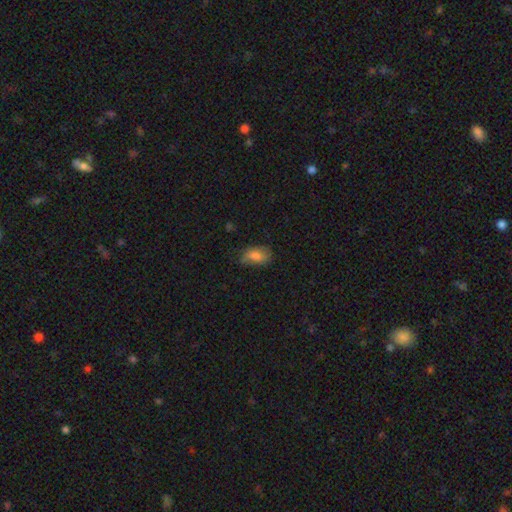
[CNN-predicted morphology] Smooth or featured?
  - smooth: 75% *
  - featured or disk: 17%
  - star or artifact: 8%
How rounded?
  - in between: 89% *
  - round: 9%
  - cigar-shaped: 3%
Merging?
  - none: 59% *
  - minor disturbance: 31%
  - major disturbance: 9%
  - merger: 2%